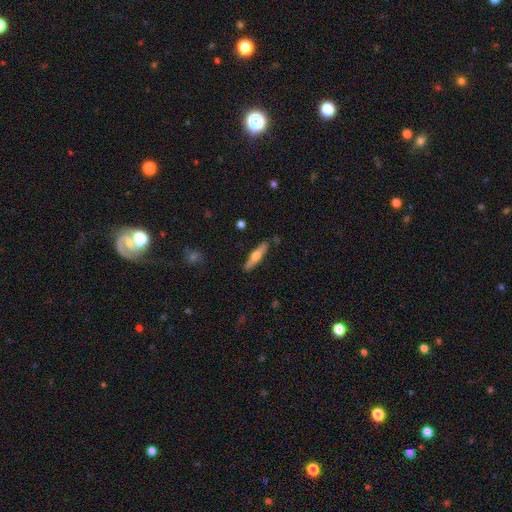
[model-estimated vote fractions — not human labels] Q: Smooth or featured?
A: featured or disk (48%); runner-up: smooth (46%)
Q: Merging?
A: none (86%); runner-up: minor disturbance (10%)